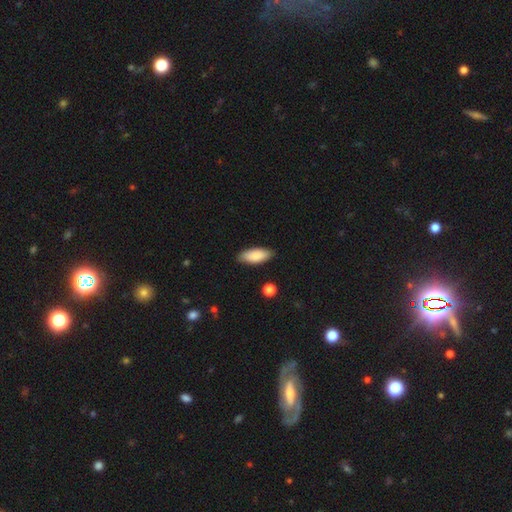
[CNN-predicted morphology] smooth 85%, featured or disk 9%, star or artifact 6%. Down the decision tree: how rounded — in between (81%); merging — none (85%).